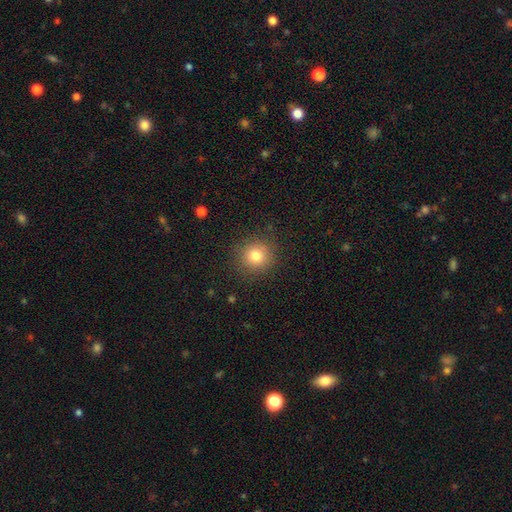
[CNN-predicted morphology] smooth_or_featured: smooth (p=0.79) [alt: star or artifact p=0.13]
how_rounded: round (p=0.92) [alt: in between p=0.07]
merging: none (p=0.89) [alt: minor disturbance p=0.07]